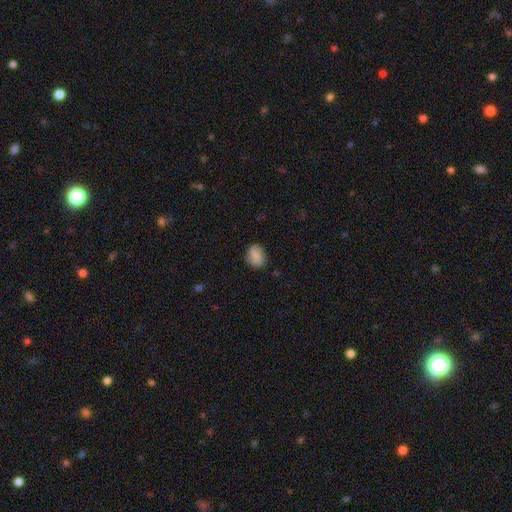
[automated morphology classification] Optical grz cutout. It shows a smooth galaxy with no disk features (80%) that is in between round and cigar-shaped (53%). Merging: none (79%).